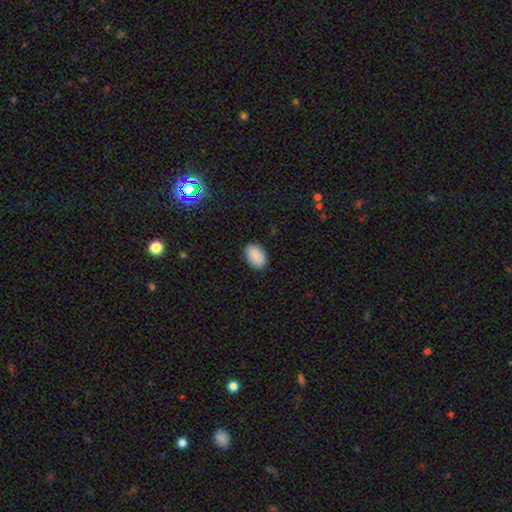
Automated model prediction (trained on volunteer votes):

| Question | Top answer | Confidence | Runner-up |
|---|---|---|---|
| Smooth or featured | smooth | 90% | star or artifact (7%) |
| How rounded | in between | 90% | round (9%) |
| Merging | none | 87% | minor disturbance (10%) |